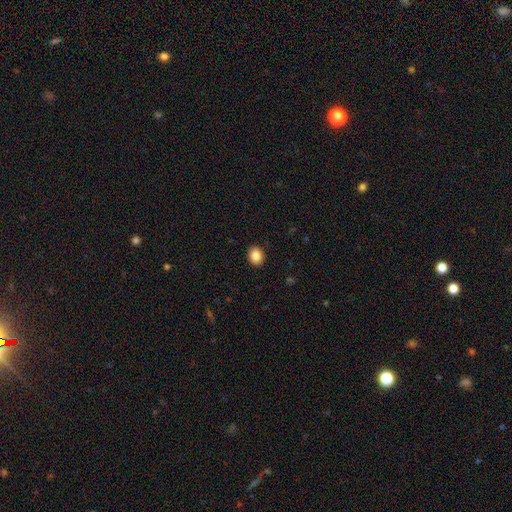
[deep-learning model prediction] A smooth galaxy with no disk features (86%) that is round (52%). Merging: none (91%).